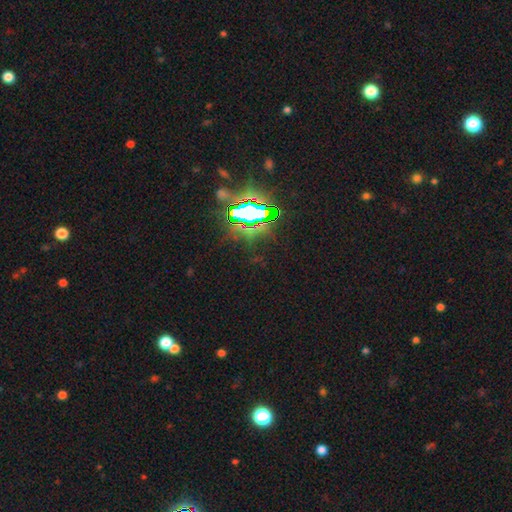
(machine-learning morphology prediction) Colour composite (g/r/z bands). It shows a star or artifact, not a galaxy (83%).